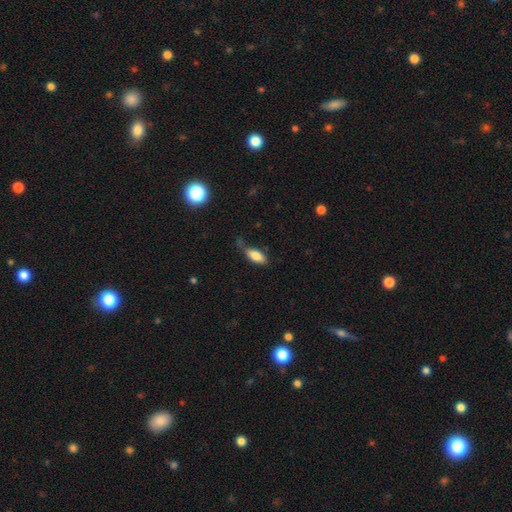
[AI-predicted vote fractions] smooth 82%, featured or disk 10%, star or artifact 8%. Down the decision tree: how rounded — in between (84%); merging — none (56%).